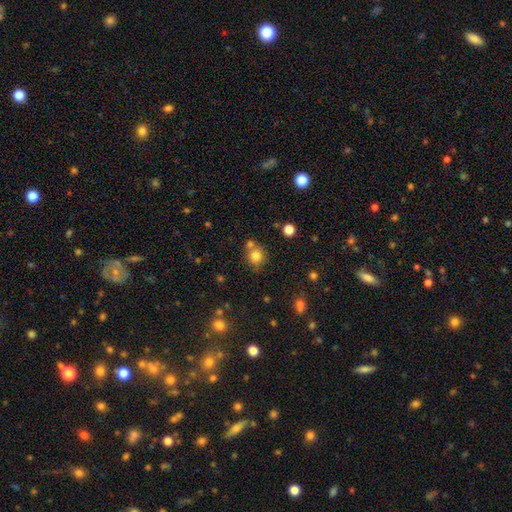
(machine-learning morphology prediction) smooth-or-featured: smooth: 79% | star or artifact: 13% | featured or disk: 8%
  how-rounded: round: 84% | in between: 15% | cigar-shaped: 1%
  merging: none: 62% | merger: 24% | minor disturbance: 10% | major disturbance: 3%